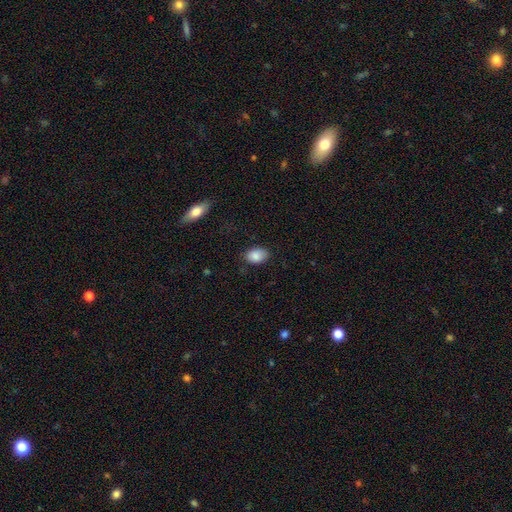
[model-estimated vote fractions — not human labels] A smooth galaxy with no disk features (87%) that is in between round and cigar-shaped (87%). Merging: none (81%).